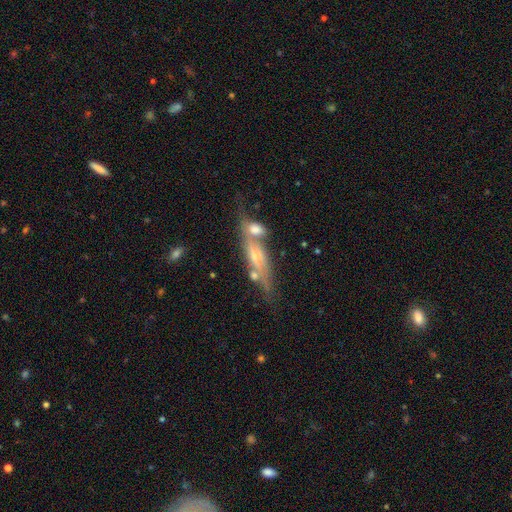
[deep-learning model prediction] The model was most divided on "edge-on disk": yes: 55%, no: 45%. Remaining: smooth or featured — featured or disk (63%); merging — merger (46%).